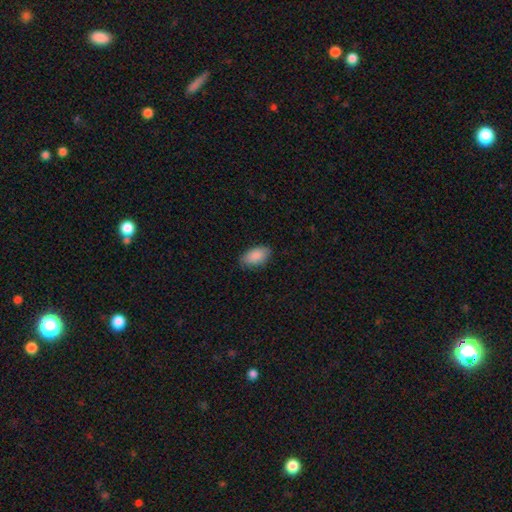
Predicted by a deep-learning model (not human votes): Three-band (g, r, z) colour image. It shows a smooth galaxy with no disk features (89%) that is in between round and cigar-shaped (94%). Merging: none (83%).